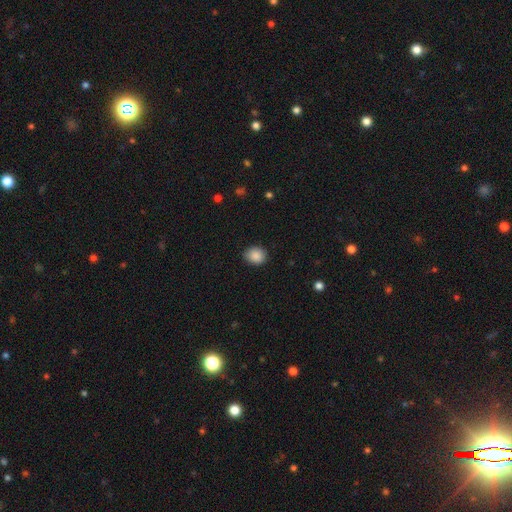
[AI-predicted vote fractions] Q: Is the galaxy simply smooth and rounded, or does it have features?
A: smooth — 88%.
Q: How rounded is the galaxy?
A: round — 63%.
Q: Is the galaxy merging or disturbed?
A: none — 83%.